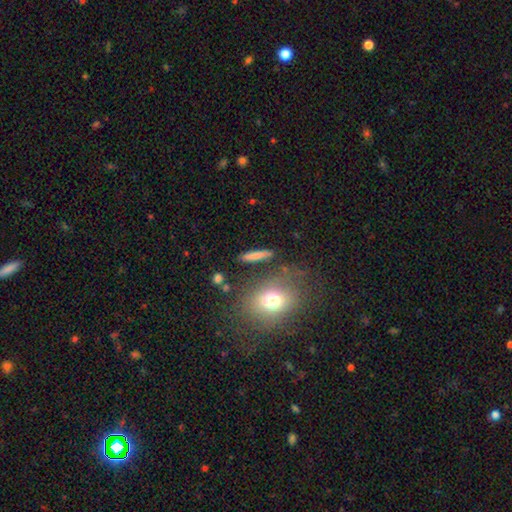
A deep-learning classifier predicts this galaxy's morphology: Smooth or featured?
  - smooth: 74% *
  - featured or disk: 17%
  - star or artifact: 9%
How rounded?
  - cigar-shaped: 83% *
  - in between: 13%
  - round: 5%
Merging?
  - none: 83% *
  - minor disturbance: 10%
  - merger: 4%
  - major disturbance: 3%